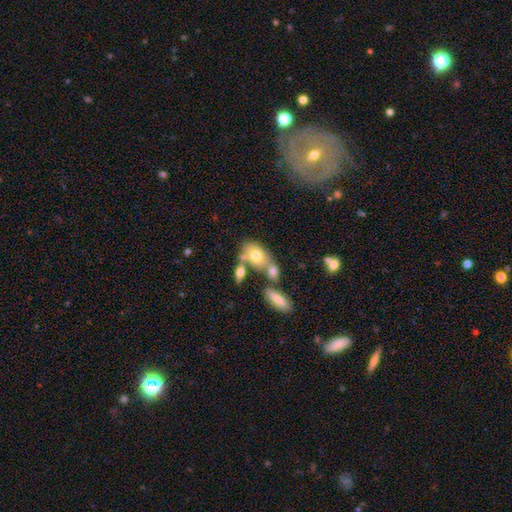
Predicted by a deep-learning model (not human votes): A smooth galaxy with no disk features (67%) that is in between round and cigar-shaped (82%). Merging: none (42%).